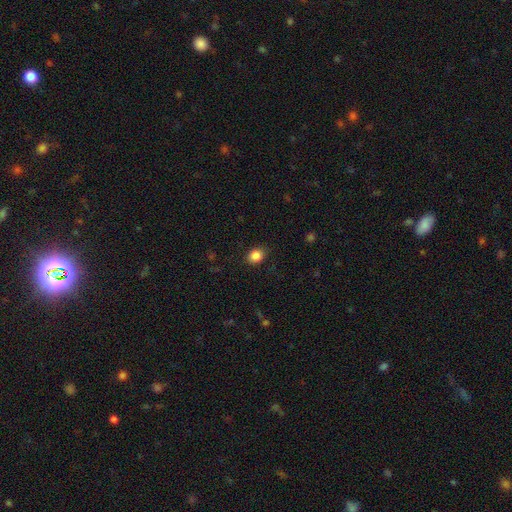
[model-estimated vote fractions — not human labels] Q: Smooth or featured?
A: smooth (86%); runner-up: star or artifact (10%)
Q: How rounded?
A: round (53%); runner-up: in between (46%)
Q: Merging?
A: none (87%); runner-up: minor disturbance (9%)